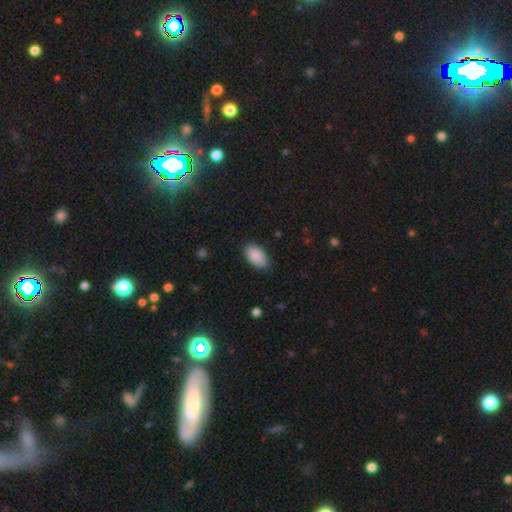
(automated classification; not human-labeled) Q: Smooth or featured?
A: smooth (90%); runner-up: star or artifact (6%)
Q: How rounded?
A: in between (95%); runner-up: round (3%)
Q: Merging?
A: none (82%); runner-up: minor disturbance (14%)